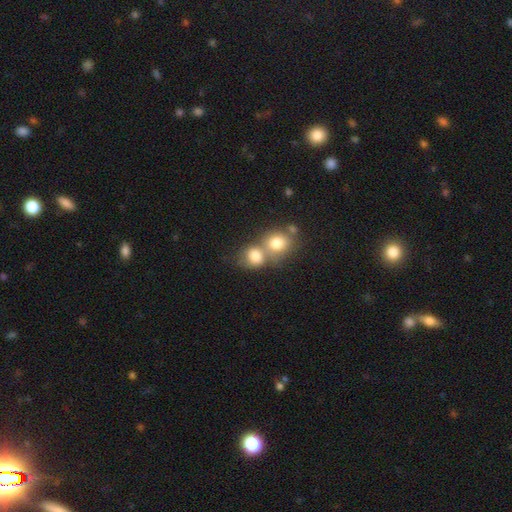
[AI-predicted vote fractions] Overall: smooth (79%). How rounded: round (66%; in between 33%). Merging: merger (61%; none 27%).